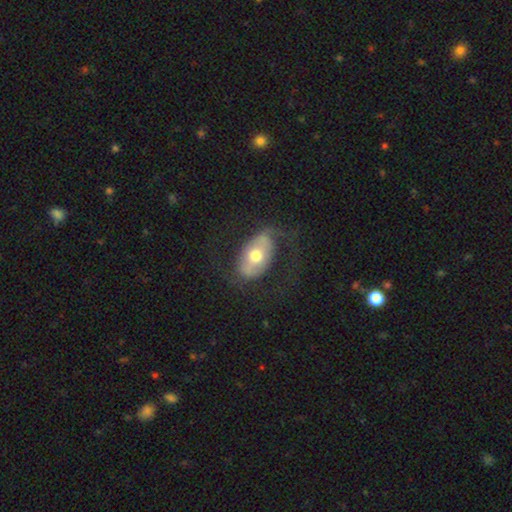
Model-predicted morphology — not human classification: The model was most divided on "smooth or featured": featured or disk: 51%, smooth: 43%, star or artifact: 6%. More confident: edge-on disk — no (91%); merging — none (58%).